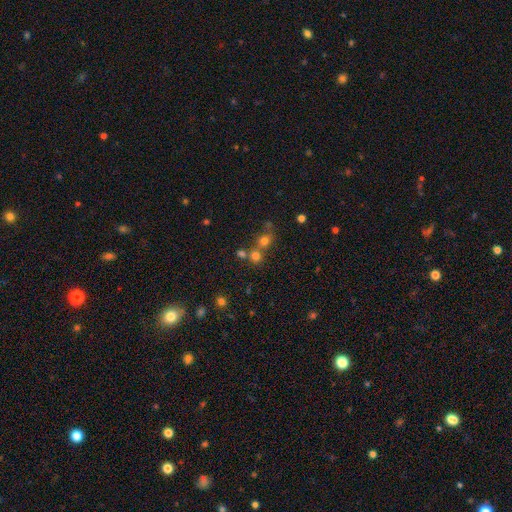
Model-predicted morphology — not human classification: A smooth galaxy with no disk features (69%) that is round (85%).

Vote fractions:
- Smooth or featured? smooth: 69% / star or artifact: 22% / featured or disk: 10%
- How rounded? round: 85% / in between: 14% / cigar-shaped: 1%
- Merging? none: 52% / merger: 38% / minor disturbance: 7% / major disturbance: 3%